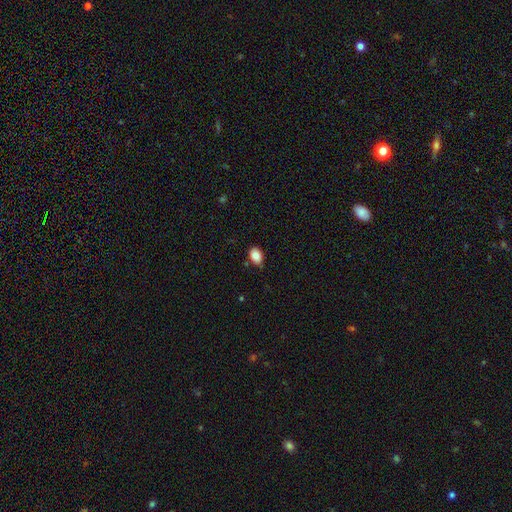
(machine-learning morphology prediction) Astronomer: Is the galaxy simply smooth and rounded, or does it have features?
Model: smooth — 87%.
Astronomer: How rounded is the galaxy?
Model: in between — 83%.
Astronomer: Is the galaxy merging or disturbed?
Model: none — 78%.